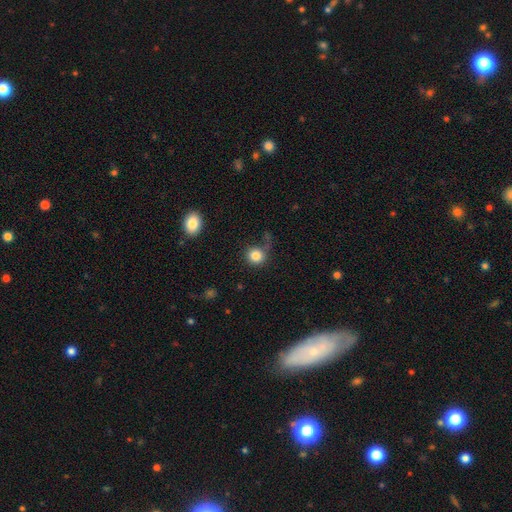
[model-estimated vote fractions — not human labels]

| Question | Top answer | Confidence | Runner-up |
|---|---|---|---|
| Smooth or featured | smooth | 84% | star or artifact (10%) |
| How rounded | round | 89% | in between (10%) |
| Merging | none | 69% | minor disturbance (16%) |